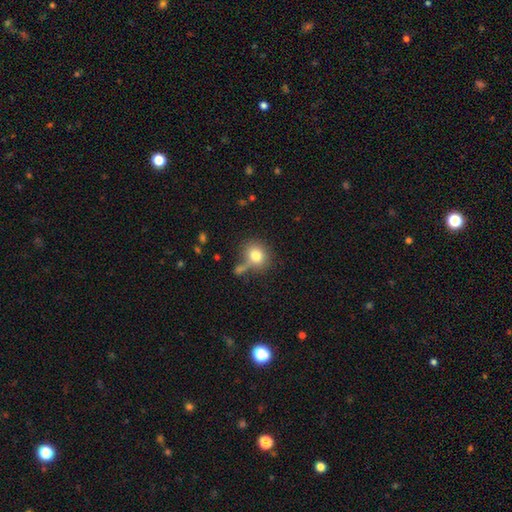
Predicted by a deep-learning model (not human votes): Smooth or featured: smooth — 80% (featured or disk — 10%)
How rounded: round — 75% (in between — 24%)
Merging: none — 58% (merger — 17%)